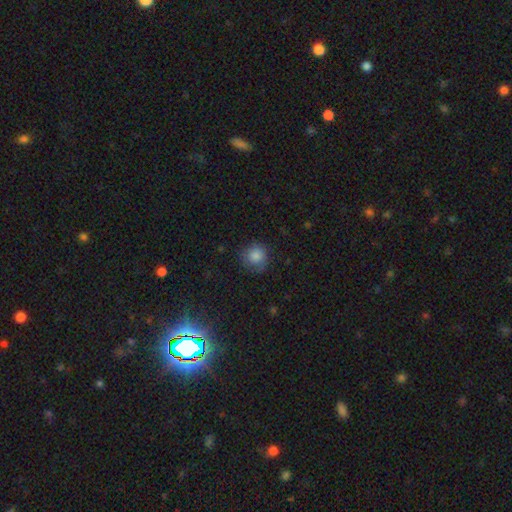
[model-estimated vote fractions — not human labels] This appears to be a smooth galaxy with no disk features (83%) that is round (90%). Merging: none (74%).